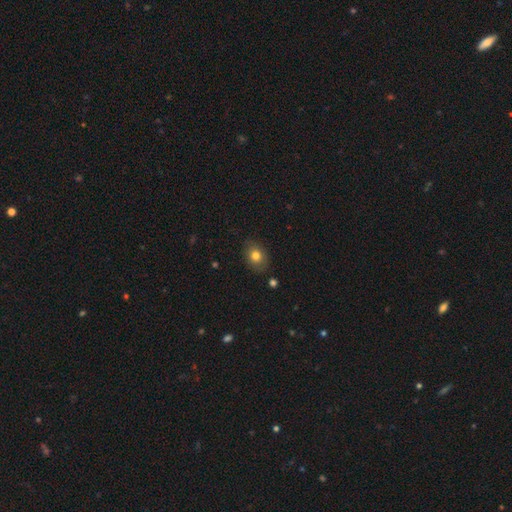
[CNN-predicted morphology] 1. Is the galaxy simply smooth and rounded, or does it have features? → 79% smooth, 11% featured or disk, 11% star or artifact.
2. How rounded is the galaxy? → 61% in between, 38% round, 1% cigar-shaped.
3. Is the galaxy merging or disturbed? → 82% none, 13% minor disturbance, 3% major disturbance, 2% merger.